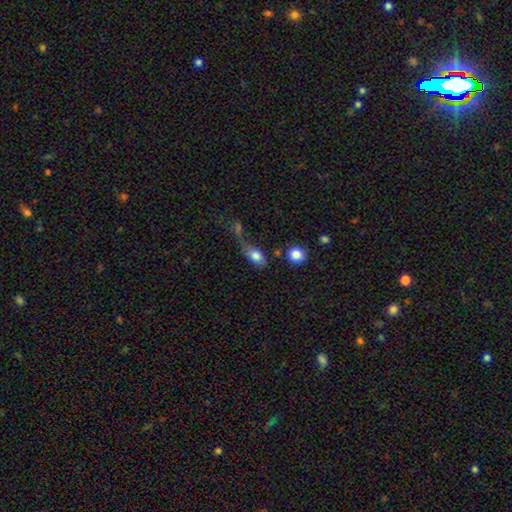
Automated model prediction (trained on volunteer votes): Morphology: type=smooth (79%); roundness=in between (82%); merging=none (37%).